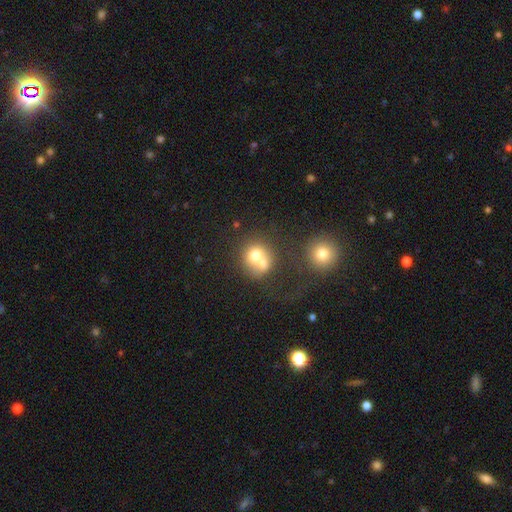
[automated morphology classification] Overall: smooth (66%). How rounded: round (80%). Merging: merger (60%; none 28%).